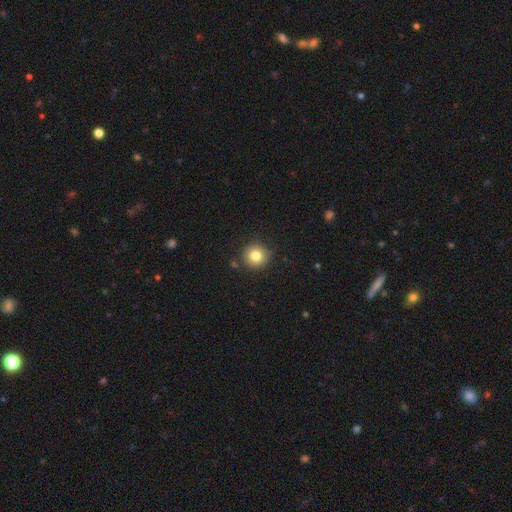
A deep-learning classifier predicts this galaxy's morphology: Smooth or featured: smooth — 81% (star or artifact — 11%)
How rounded: round — 93% (in between — 6%)
Merging: none — 85% (minor disturbance — 10%)